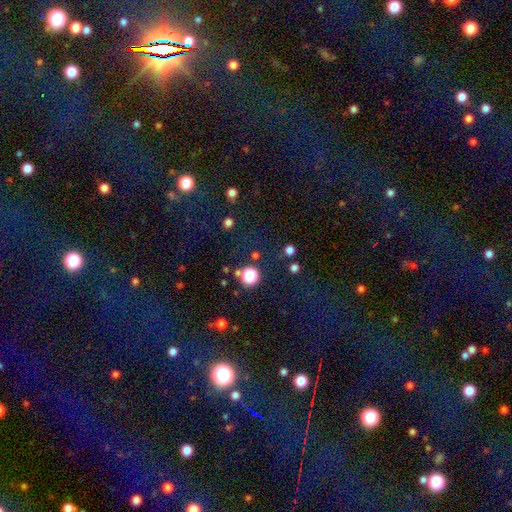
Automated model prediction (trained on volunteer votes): star or artifact 55%, smooth 38%, featured or disk 7%.